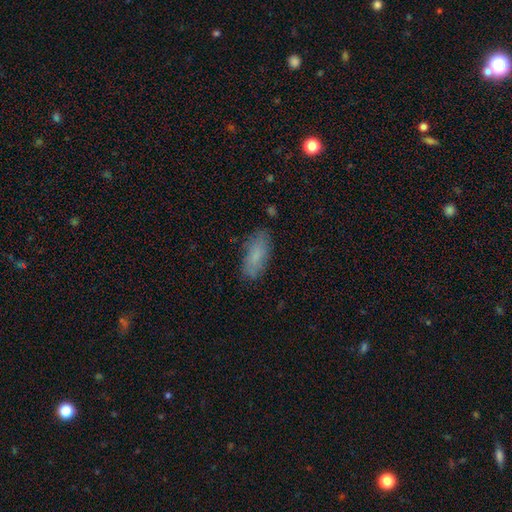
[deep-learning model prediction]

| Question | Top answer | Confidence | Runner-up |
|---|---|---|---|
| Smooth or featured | smooth | 79% | featured or disk (13%) |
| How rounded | in between | 74% | cigar-shaped (23%) |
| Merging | none | 79% | minor disturbance (16%) |